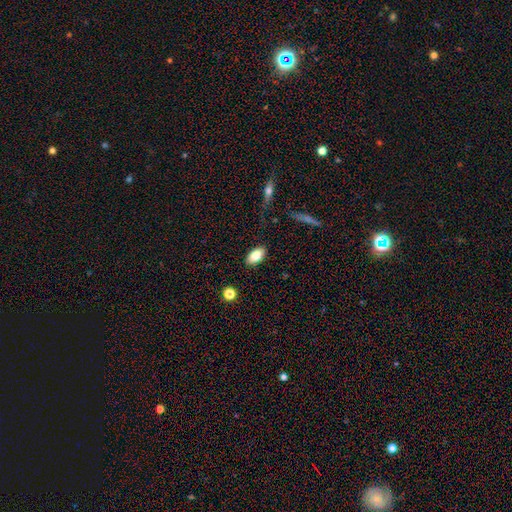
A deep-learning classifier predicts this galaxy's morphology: This is clearly a smooth galaxy (81%). How rounded: clearly in between (92%). Merging: clearly none (87%).